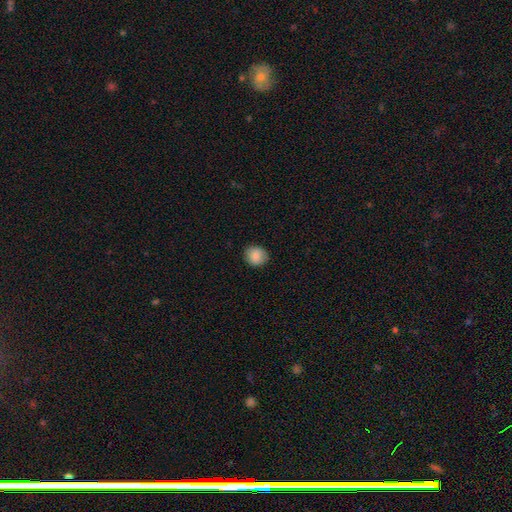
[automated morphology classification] The model was most divided on "how rounded": round: 81%, in between: 18%, cigar-shaped: 1%. More confident: smooth or featured — smooth (87%); merging — none (86%).